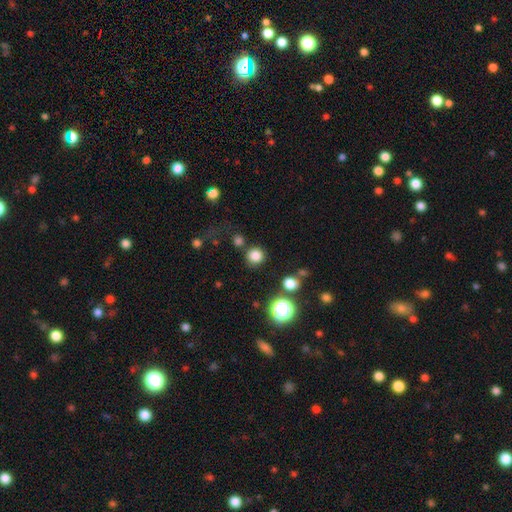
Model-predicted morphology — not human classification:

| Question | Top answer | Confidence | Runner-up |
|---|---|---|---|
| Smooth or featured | smooth | 81% | star or artifact (15%) |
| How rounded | round | 92% | in between (7%) |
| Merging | none | 83% | minor disturbance (8%) |